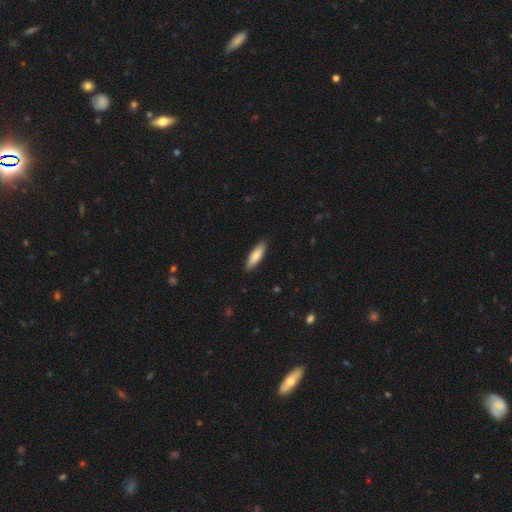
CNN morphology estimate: Overall: smooth (83%). How rounded: cigar-shaped (61%; in between 37%). Merging: none (88%).